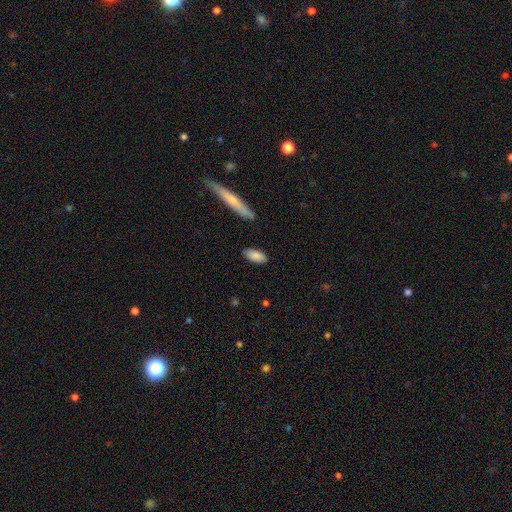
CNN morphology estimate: Smooth or featured?
  - smooth: 86% *
  - featured or disk: 7%
  - star or artifact: 6%
How rounded?
  - in between: 84% *
  - cigar-shaped: 14%
  - round: 2%
Merging?
  - none: 86% *
  - minor disturbance: 10%
  - major disturbance: 2%
  - merger: 2%